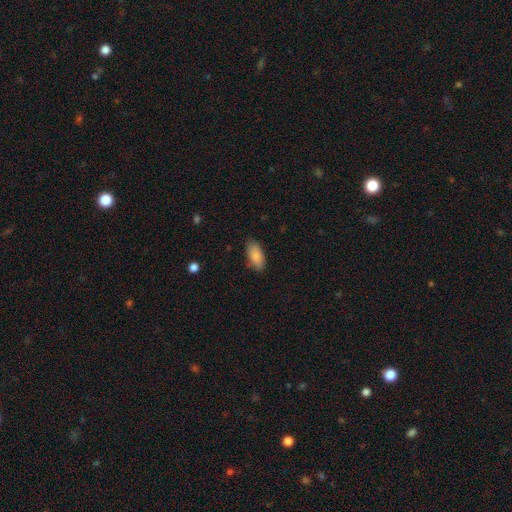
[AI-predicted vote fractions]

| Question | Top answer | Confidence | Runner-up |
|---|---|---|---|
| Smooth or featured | smooth | 87% | featured or disk (7%) |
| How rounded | in between | 90% | cigar-shaped (8%) |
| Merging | none | 85% | minor disturbance (11%) |